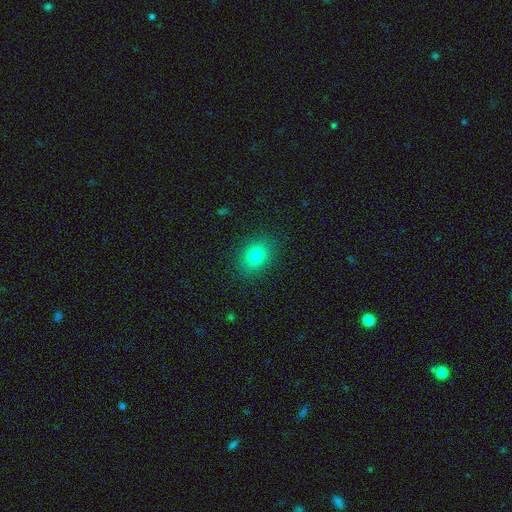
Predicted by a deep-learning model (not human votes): A smooth galaxy with no disk features (80%) that is in between round and cigar-shaped (62%).

Vote fractions:
- Smooth or featured? smooth: 80% / star or artifact: 12% / featured or disk: 8%
- How rounded? in between: 62% / round: 37% / cigar-shaped: 1%
- Merging? none: 87% / minor disturbance: 9% / major disturbance: 3% / merger: 1%